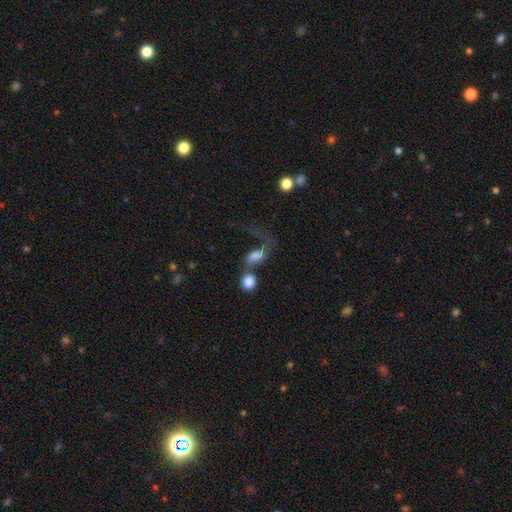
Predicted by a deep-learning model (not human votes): This appears to be a smooth galaxy with no disk features (53%) that is in between round and cigar-shaped (63%). Merging: merger (52%).